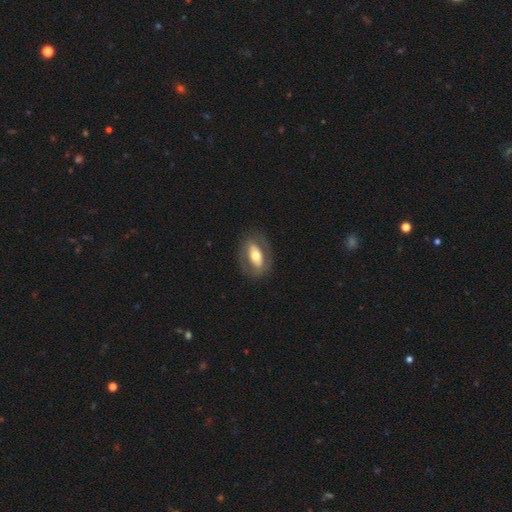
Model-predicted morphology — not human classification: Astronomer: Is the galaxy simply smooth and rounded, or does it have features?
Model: featured or disk — 53% (runner-up: smooth, 42%).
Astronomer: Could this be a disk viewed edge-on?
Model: no — 86%.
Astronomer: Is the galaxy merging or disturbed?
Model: none — 78%.